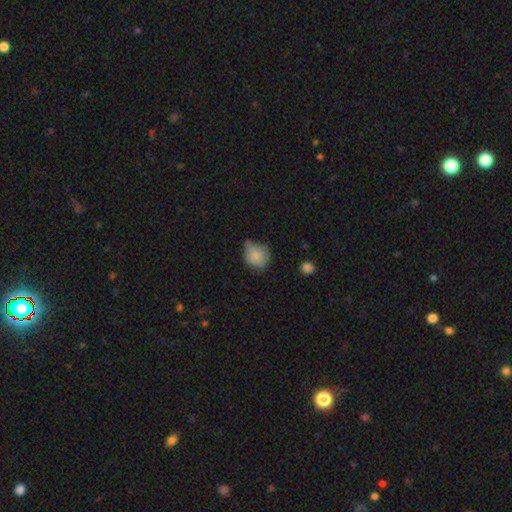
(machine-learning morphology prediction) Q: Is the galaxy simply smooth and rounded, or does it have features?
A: smooth — 79%.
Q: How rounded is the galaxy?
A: round — 77%.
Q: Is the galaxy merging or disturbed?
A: none — 45%.